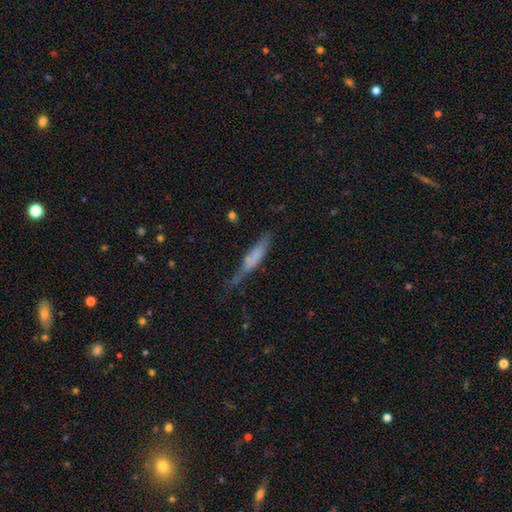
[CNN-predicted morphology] Q: Smooth or featured?
A: smooth (55%); runner-up: featured or disk (36%)
Q: How rounded?
A: cigar-shaped (85%); runner-up: in between (13%)
Q: Merging?
A: none (43%); runner-up: minor disturbance (33%)